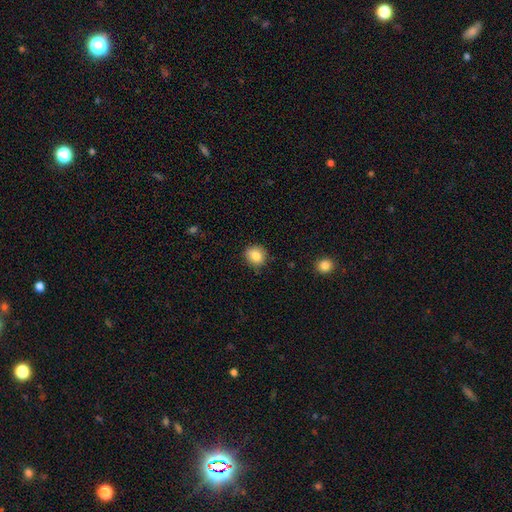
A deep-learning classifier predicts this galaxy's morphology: This is clearly a smooth galaxy (84%). How rounded: likely round (76%). Merging: clearly none (86%).